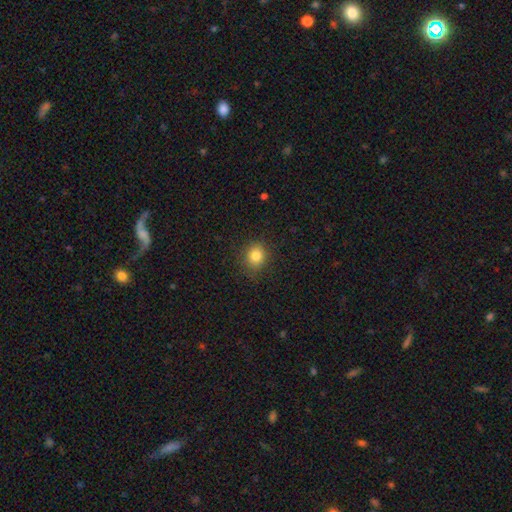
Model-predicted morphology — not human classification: smooth 82%, star or artifact 12%, featured or disk 6%. Down the decision tree: how rounded — round (75%); merging — none (85%).